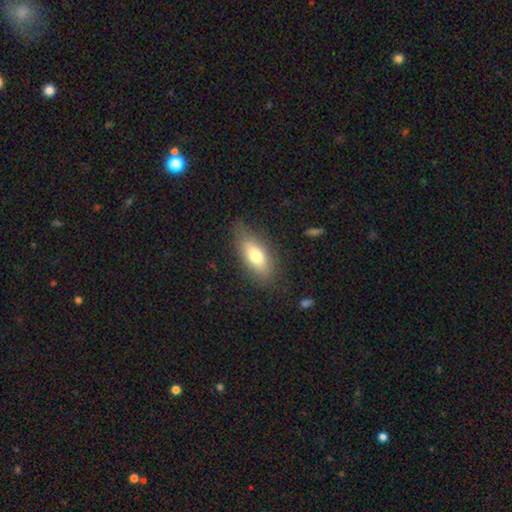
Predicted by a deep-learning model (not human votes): This is likely a smooth galaxy (72%). How rounded: likely in between (78%). Merging: likely none (74%).